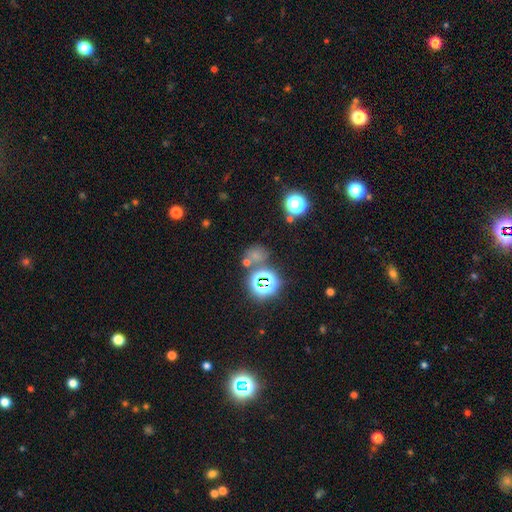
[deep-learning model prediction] smooth-or-featured: smooth: 49% | star or artifact: 42% | featured or disk: 9%
  merging: none: 58% | merger: 23% | minor disturbance: 13% | major disturbance: 7%